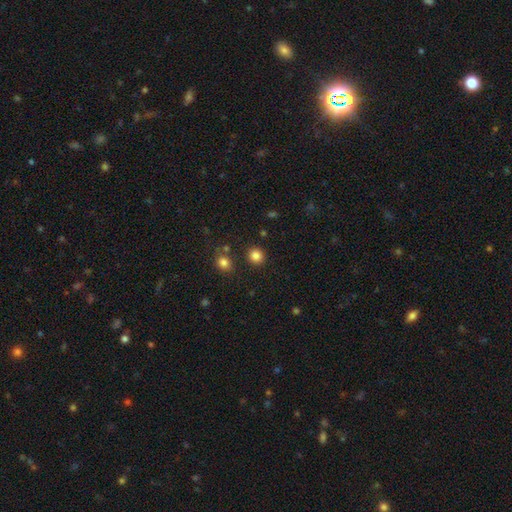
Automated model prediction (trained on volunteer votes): Smooth or featured? Predicted: smooth (p=0.84). How rounded? Predicted: round (p=0.86). Merging? Predicted: none (p=0.88).